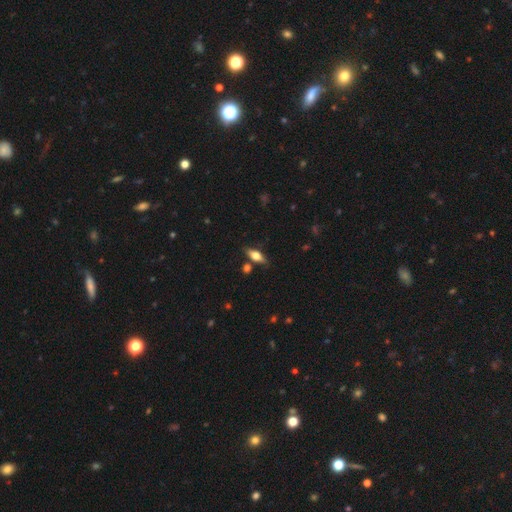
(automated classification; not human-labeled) A smooth galaxy with no disk features (53%) that is in between round and cigar-shaped (69%). Merging: none (78%).